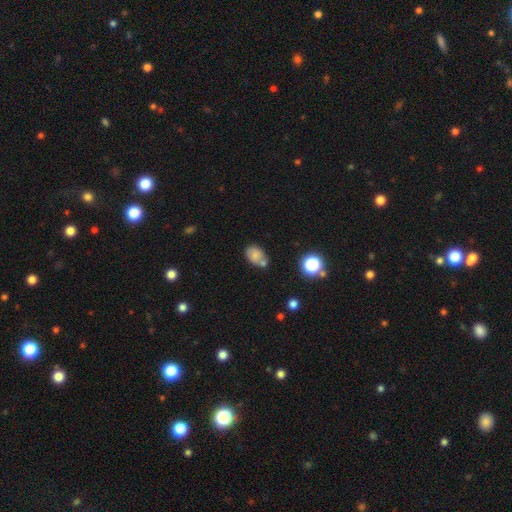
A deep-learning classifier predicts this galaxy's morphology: This is likely a smooth galaxy (69%). How rounded: likely in between (75%). Merging: possibly none (49%).